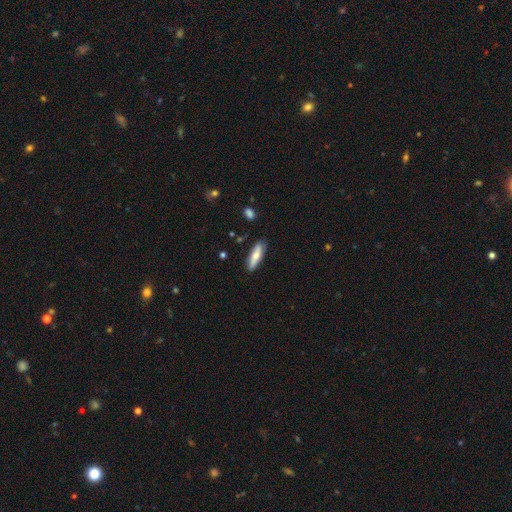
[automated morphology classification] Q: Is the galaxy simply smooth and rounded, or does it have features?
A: smooth — 62%.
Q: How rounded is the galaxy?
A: cigar-shaped — 62%.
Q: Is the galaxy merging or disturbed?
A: none — 84%.